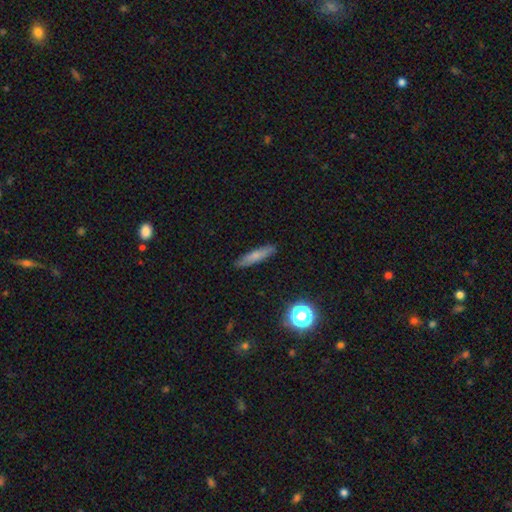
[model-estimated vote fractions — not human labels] smooth_or_featured: smooth (p=0.70) [alt: featured or disk p=0.20]
how_rounded: cigar-shaped (p=0.84) [alt: in between p=0.13]
merging: none (p=0.88) [alt: minor disturbance p=0.09]